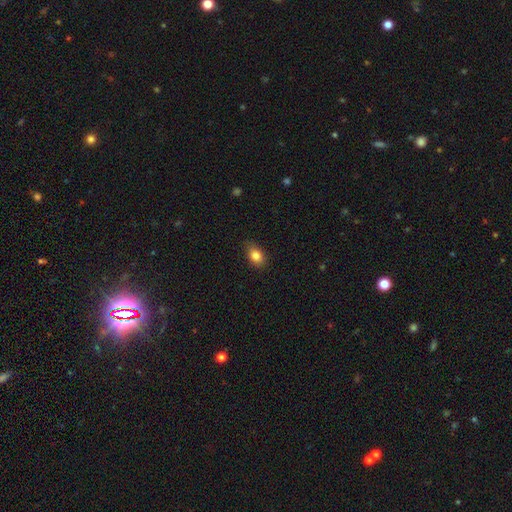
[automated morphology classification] A smooth galaxy with no disk features (84%) that is in between round and cigar-shaped (78%).

Vote fractions:
- Smooth or featured? smooth: 84% / star or artifact: 9% / featured or disk: 7%
- How rounded? in between: 78% / round: 20% / cigar-shaped: 2%
- Merging? none: 80% / minor disturbance: 16% / major disturbance: 3% / merger: 1%